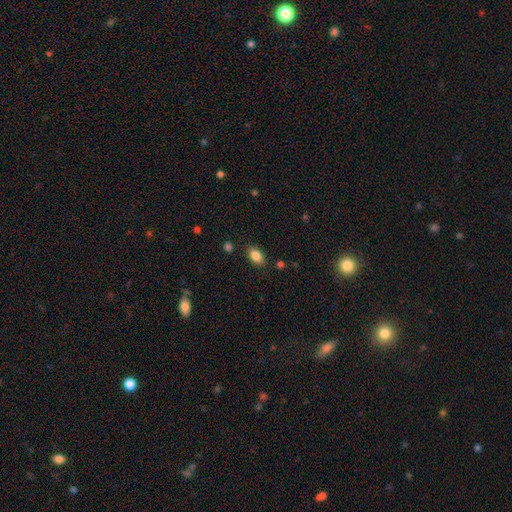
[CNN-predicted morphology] smooth-or-featured: smooth: 85% | star or artifact: 9% | featured or disk: 7%
  how-rounded: in between: 89% | round: 7% | cigar-shaped: 3%
  merging: none: 85% | minor disturbance: 11% | major disturbance: 3% | merger: 2%